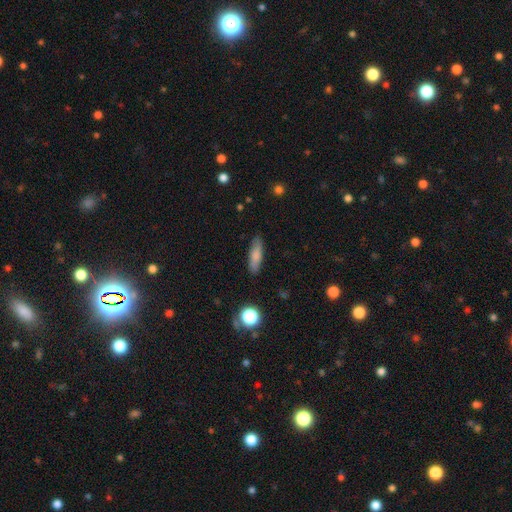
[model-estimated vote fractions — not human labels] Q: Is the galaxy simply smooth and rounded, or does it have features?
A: smooth — 79%.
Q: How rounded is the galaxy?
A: cigar-shaped — 56%.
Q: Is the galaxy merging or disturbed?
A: none — 86%.